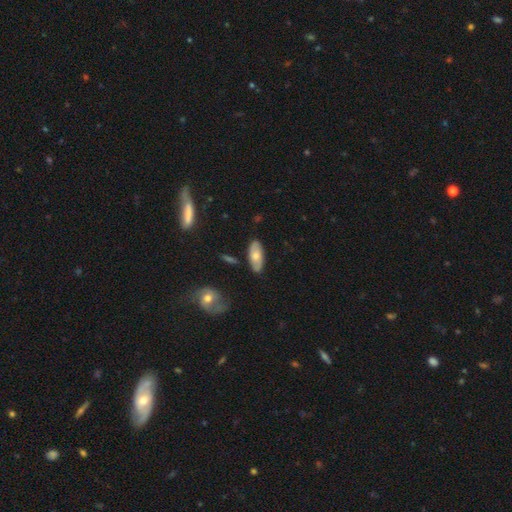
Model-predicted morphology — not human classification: This appears to be a smooth galaxy with no disk features (59%) that is in between round and cigar-shaped (85%). Merging: none (81%).